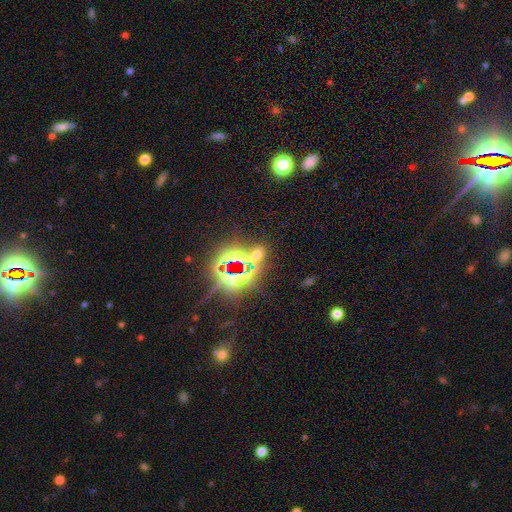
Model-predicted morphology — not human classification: Smooth or featured: star or artifact — 66% (smooth — 27%)